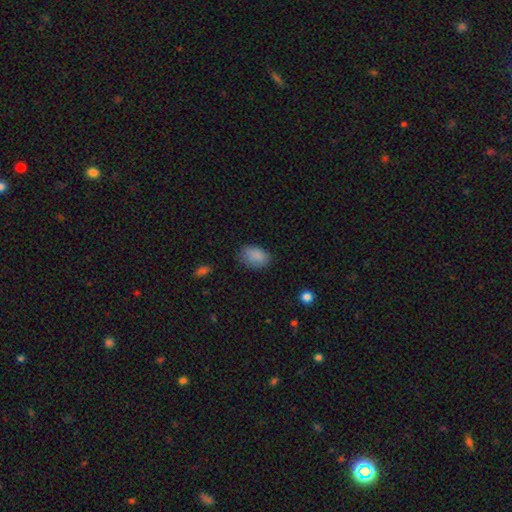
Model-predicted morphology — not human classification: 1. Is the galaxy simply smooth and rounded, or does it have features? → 86% smooth, 9% star or artifact, 5% featured or disk.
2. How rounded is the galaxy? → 83% in between, 15% round, 1% cigar-shaped.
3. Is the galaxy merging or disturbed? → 73% none, 20% minor disturbance, 5% major disturbance, 1% merger.